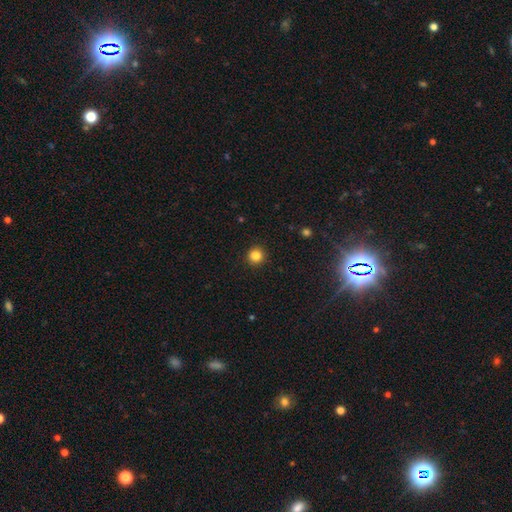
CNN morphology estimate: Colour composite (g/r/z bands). It shows a smooth galaxy with no disk features (84%) that is round (94%). Merging: none (92%).